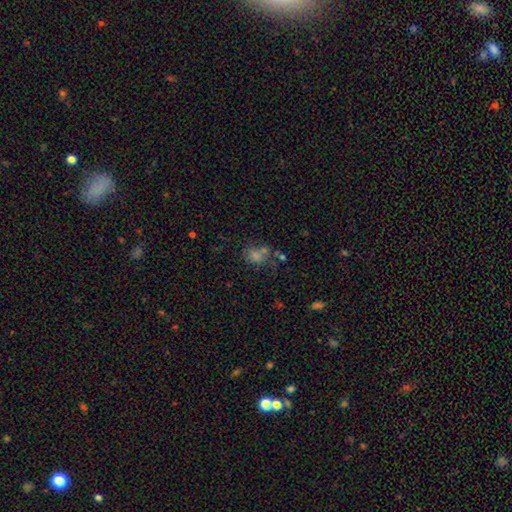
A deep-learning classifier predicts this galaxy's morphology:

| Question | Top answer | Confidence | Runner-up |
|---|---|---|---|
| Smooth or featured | smooth | 57% | star or artifact (28%) |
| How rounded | round | 56% | in between (42%) |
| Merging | none | 50% | merger (22%) |